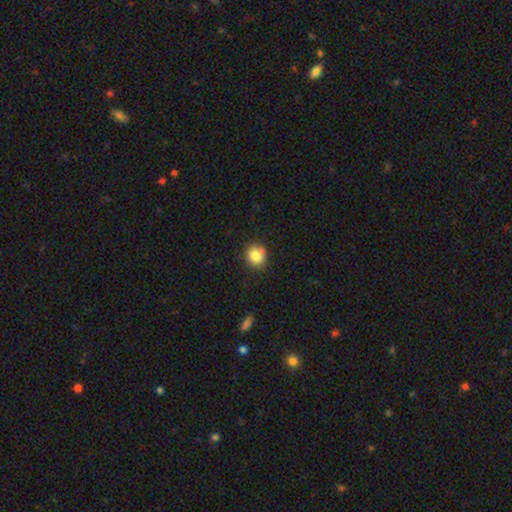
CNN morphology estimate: Q: Smooth or featured?
A: smooth (84%); runner-up: star or artifact (10%)
Q: How rounded?
A: round (82%); runner-up: in between (17%)
Q: Merging?
A: none (82%); runner-up: minor disturbance (14%)